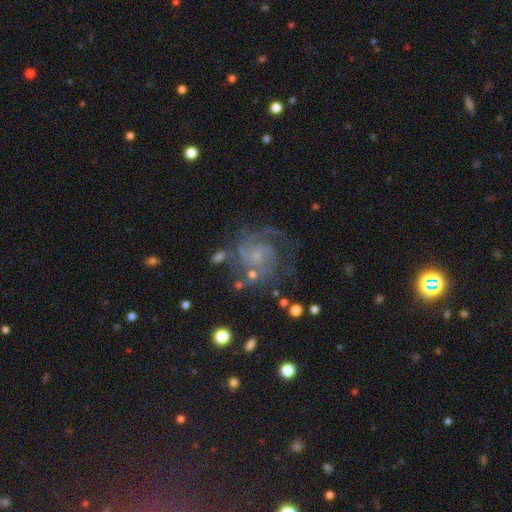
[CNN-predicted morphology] The model was most divided on "spiral arm count": 2: 34%, can't tell: 25%, 3: 21%, 1: 8%, 4: 6%, more than 4: 5%. Remaining: edge-on disk — no (98%); spiral arms — yes (94%); smooth or featured — featured or disk (81%); bar — no (69%); merging — none (59%); bulge size — small (58%); spiral winding — tight (48%).